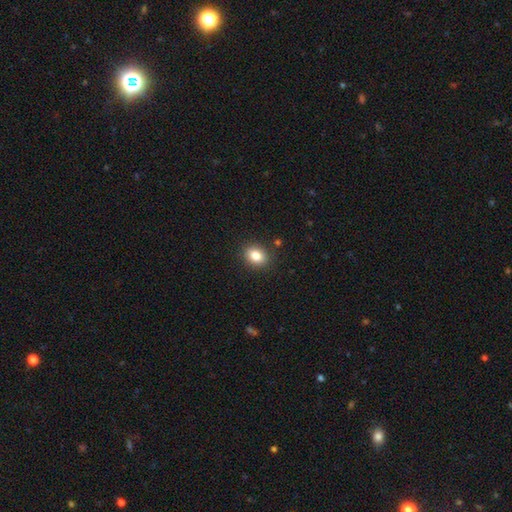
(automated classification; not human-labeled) This appears to be a smooth galaxy with no disk features (83%) that is in between round and cigar-shaped (52%). Merging: none (88%).